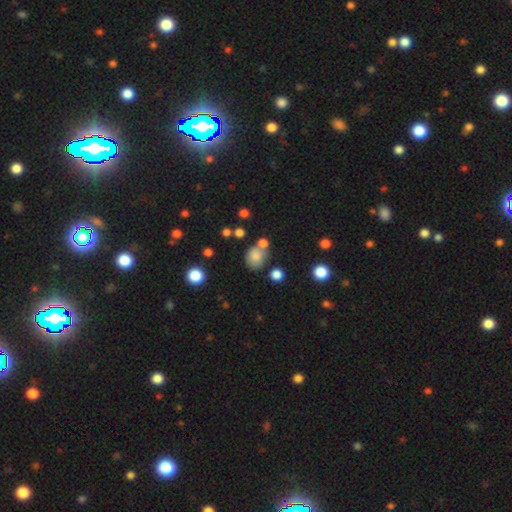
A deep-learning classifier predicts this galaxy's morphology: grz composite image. It shows a smooth galaxy with no disk features (79%) that is round (59%). Merging: none (57%).